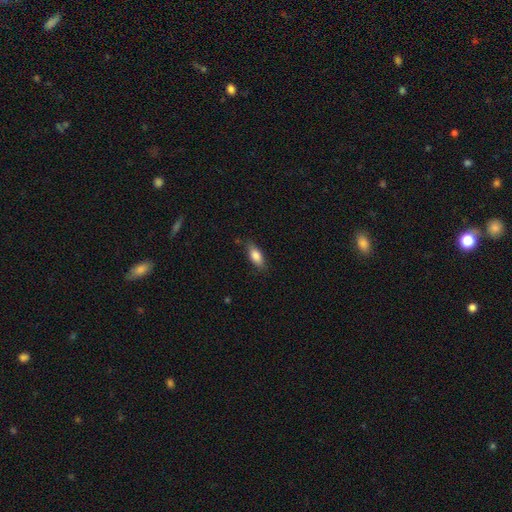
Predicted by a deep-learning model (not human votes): Smooth or featured: smooth — 82% (featured or disk — 11%)
How rounded: in between — 79% (cigar-shaped — 19%)
Merging: none — 79% (minor disturbance — 16%)